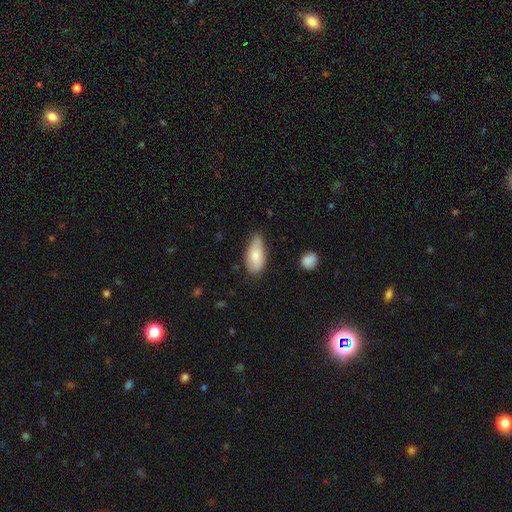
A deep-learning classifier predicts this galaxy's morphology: type=smooth (77%); roundness=in between (90%); merging=none (57%).